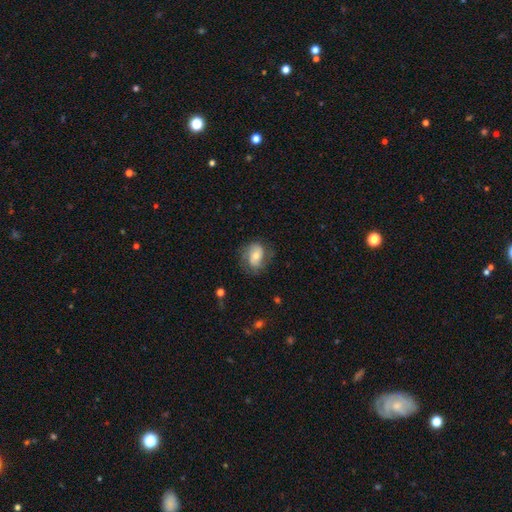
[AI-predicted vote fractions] featured or disk 47%, smooth 45%, star or artifact 8%. Down the decision tree: merging — none (65%).